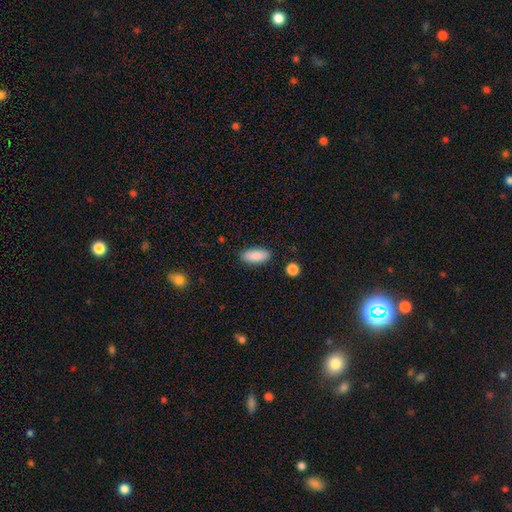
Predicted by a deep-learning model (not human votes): Q: Smooth or featured?
A: smooth (88%); runner-up: star or artifact (7%)
Q: How rounded?
A: in between (84%); runner-up: cigar-shaped (14%)
Q: Merging?
A: none (87%); runner-up: minor disturbance (9%)